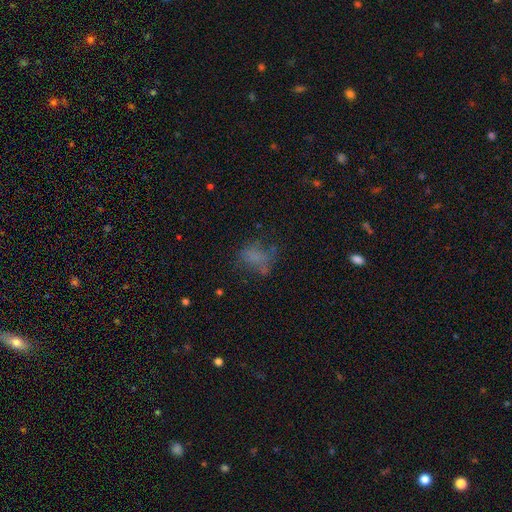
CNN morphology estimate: type=smooth (57%); roundness=in between (63%); merging=none (50%).